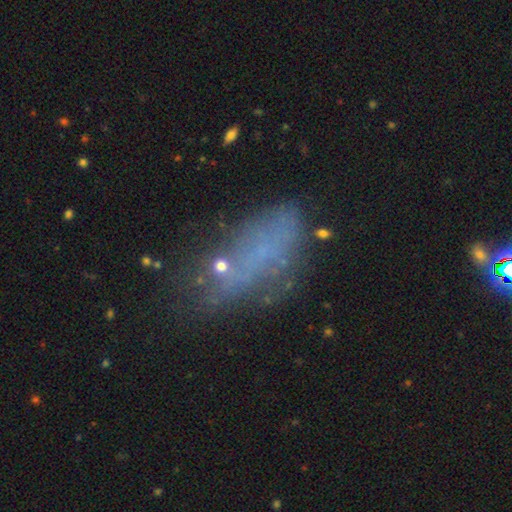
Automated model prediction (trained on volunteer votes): Smooth or featured?
  - smooth: 40% *
  - featured or disk: 33%
  - star or artifact: 27%
Merging?
  - none: 45% *
  - major disturbance: 24%
  - minor disturbance: 23%
  - merger: 8%